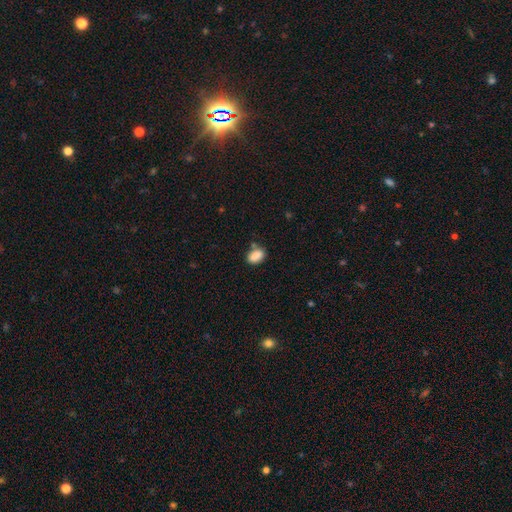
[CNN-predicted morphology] Smooth or featured? smooth (87%)
How rounded? in between (85%)
Merging? none (69%)